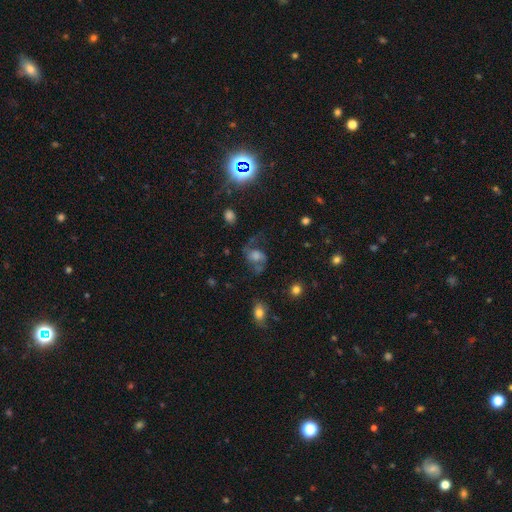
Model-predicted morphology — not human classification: smooth-or-featured: featured or disk: 56% | star or artifact: 23% | smooth: 21%
  disk-edge-on: no: 96% | yes: 4%
    bar: no: 59% | weak: 32% | strong: 10%
    has-spiral-arms: yes: 85% | no: 15%
    bulge-size: moderate: 35% | large: 25% | small: 19% | none: 16% | dominant: 5%
  merging: none: 51% | major disturbance: 26% | minor disturbance: 18% | merger: 5%